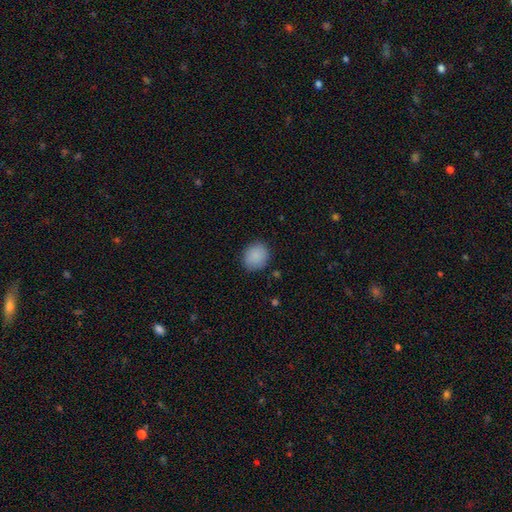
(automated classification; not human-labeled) smooth-or-featured: smooth: 89% | star or artifact: 8% | featured or disk: 4%
  how-rounded: round: 77% | in between: 22% | cigar-shaped: 1%
  merging: none: 87% | minor disturbance: 9% | major disturbance: 3% | merger: 1%